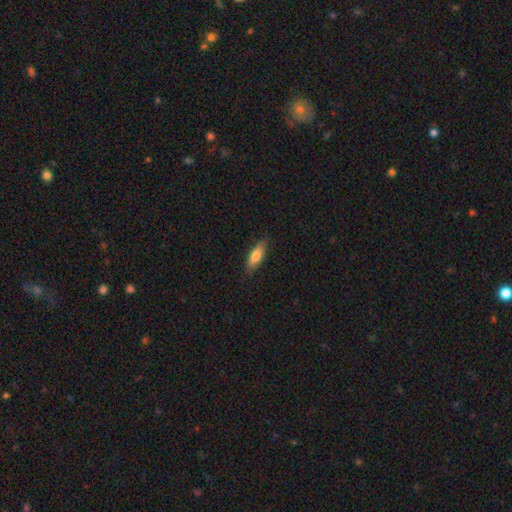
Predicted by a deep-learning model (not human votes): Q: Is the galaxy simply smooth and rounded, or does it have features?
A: smooth — 74%.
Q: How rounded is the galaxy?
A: in between — 55%.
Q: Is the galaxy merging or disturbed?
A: none — 85%.